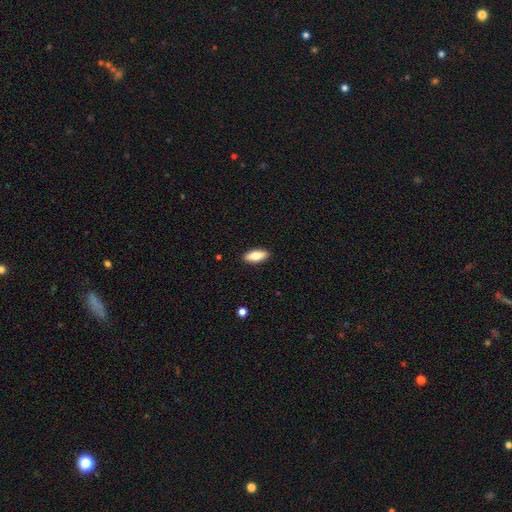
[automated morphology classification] smooth_or_featured: smooth (p=0.76) [alt: featured or disk p=0.18]
how_rounded: in between (p=0.77) [alt: cigar-shaped p=0.20]
merging: none (p=0.90) [alt: minor disturbance p=0.07]